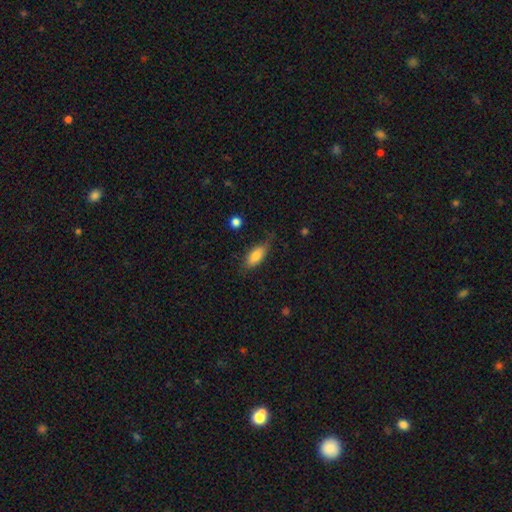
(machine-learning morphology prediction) smooth-or-featured: smooth: 79% | featured or disk: 14% | star or artifact: 7%
  how-rounded: in between: 80% | cigar-shaped: 17% | round: 3%
  merging: none: 72% | minor disturbance: 21% | major disturbance: 5% | merger: 2%